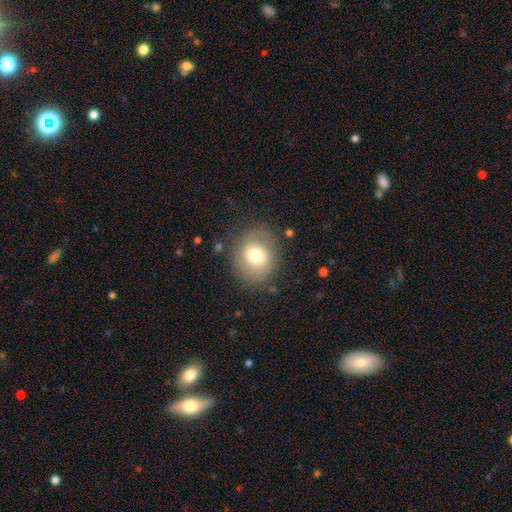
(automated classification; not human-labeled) Smooth or featured? Predicted: smooth (p=0.70). How rounded? Predicted: round (p=0.66). Merging? Predicted: none (p=0.77).